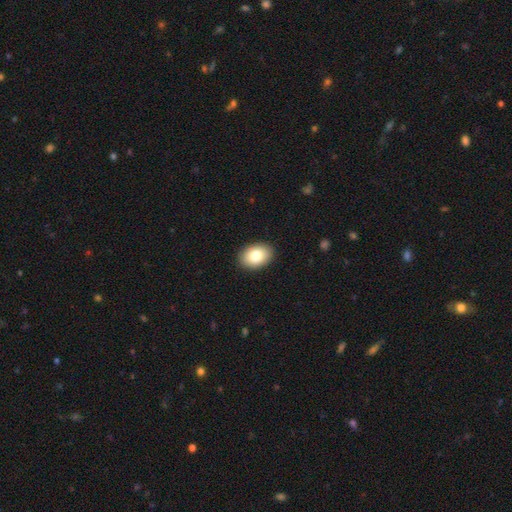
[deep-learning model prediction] Overall: smooth (82%). How rounded: in between (83%). Merging: none (90%).